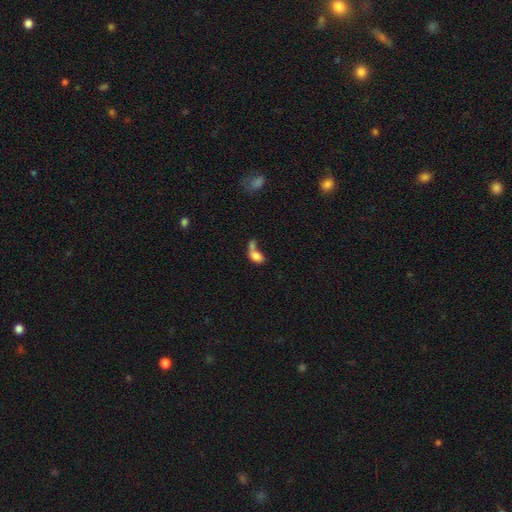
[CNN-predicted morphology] smooth 77%, featured or disk 13%, star or artifact 9%. Down the decision tree: how rounded — in between (82%); merging — merger (59%).